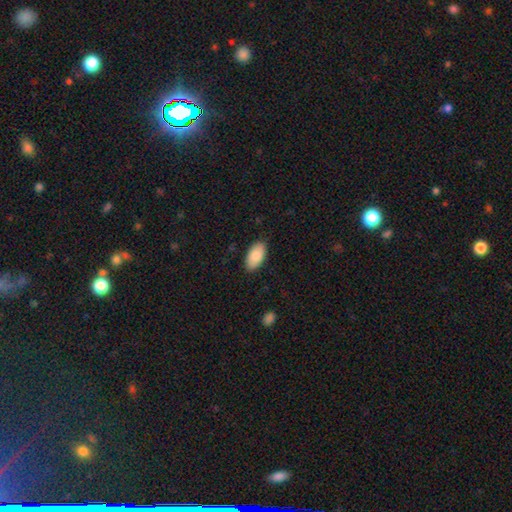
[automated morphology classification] smooth-or-featured: smooth: 85% | featured or disk: 9% | star or artifact: 6%
  how-rounded: in between: 95% | round: 3% | cigar-shaped: 2%
  merging: none: 86% | minor disturbance: 11% | major disturbance: 2% | merger: 1%